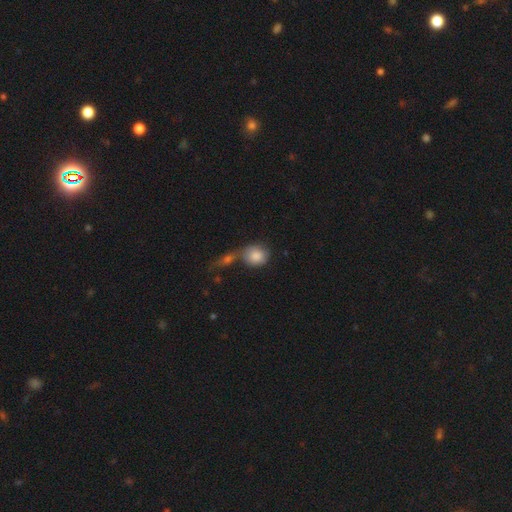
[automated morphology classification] This appears to be a smooth galaxy with no disk features (84%) that is round (71%). Merging: merger (43%).